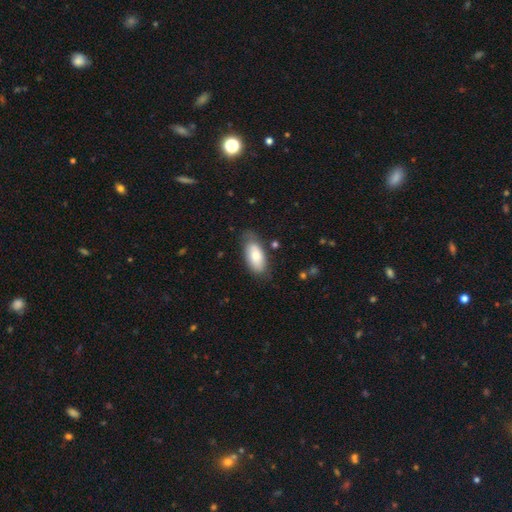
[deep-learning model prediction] Smooth or featured?
  - smooth: 76% *
  - featured or disk: 18%
  - star or artifact: 6%
How rounded?
  - in between: 90% *
  - cigar-shaped: 8%
  - round: 2%
Merging?
  - none: 72% *
  - minor disturbance: 21%
  - major disturbance: 5%
  - merger: 2%